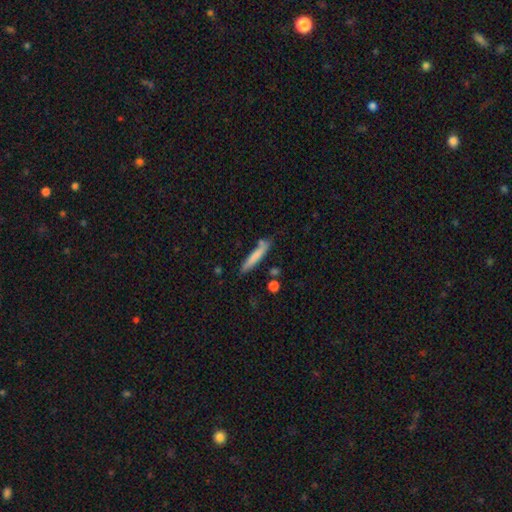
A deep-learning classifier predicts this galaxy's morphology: smooth_or_featured: smooth (p=0.74) [alt: featured or disk p=0.20]
how_rounded: cigar-shaped (p=0.92) [alt: in between p=0.06]
merging: none (p=0.77) [alt: minor disturbance p=0.14]